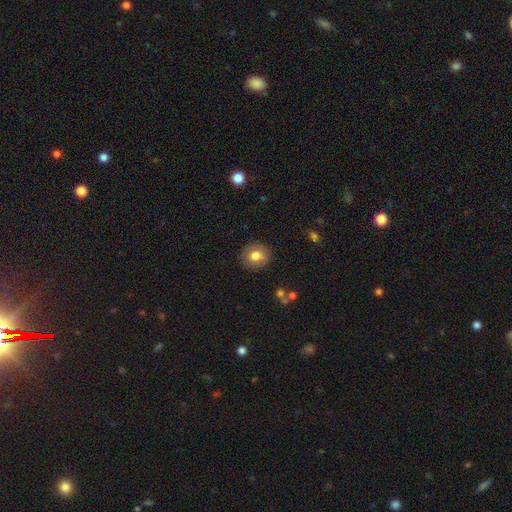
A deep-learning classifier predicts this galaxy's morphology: Smooth or featured?
  - smooth: 78% *
  - featured or disk: 13%
  - star or artifact: 9%
How rounded?
  - round: 83% *
  - in between: 16%
  - cigar-shaped: 1%
Merging?
  - none: 88% *
  - minor disturbance: 8%
  - major disturbance: 2%
  - merger: 1%